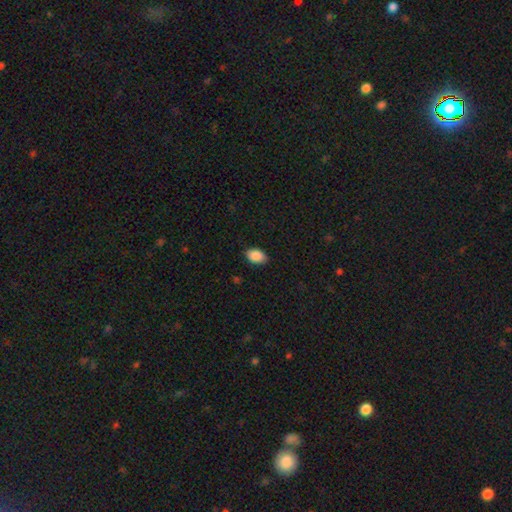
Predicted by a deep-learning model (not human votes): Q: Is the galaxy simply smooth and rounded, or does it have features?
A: smooth — 89%.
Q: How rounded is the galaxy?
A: in between — 89%.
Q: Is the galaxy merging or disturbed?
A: none — 84%.